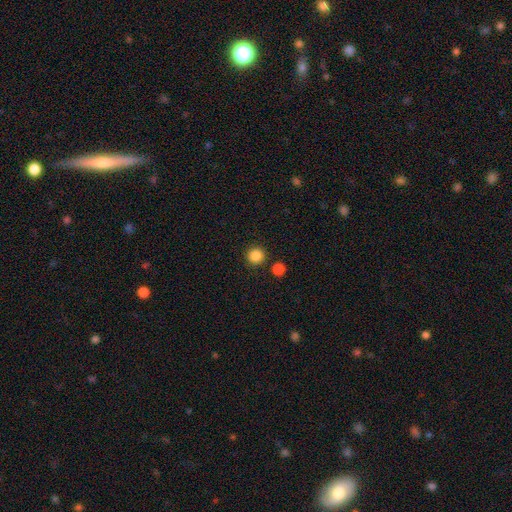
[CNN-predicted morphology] smooth_or_featured: smooth (p=0.86) [alt: star or artifact p=0.11]
how_rounded: round (p=0.95) [alt: in between p=0.04]
merging: none (p=0.89) [alt: minor disturbance p=0.05]